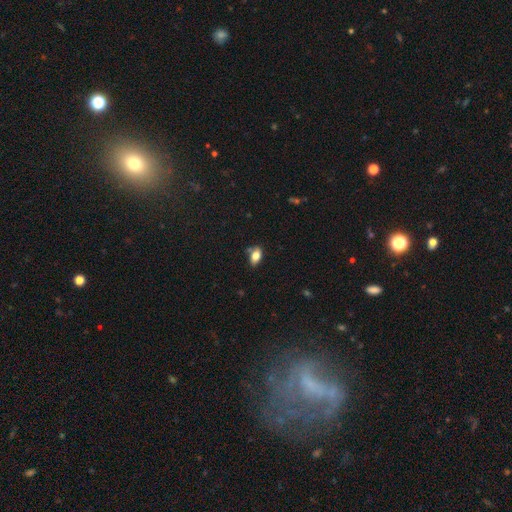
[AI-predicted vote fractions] smooth_or_featured: smooth (p=0.80) [alt: featured or disk p=0.12]
how_rounded: in between (p=0.89) [alt: round p=0.08]
merging: none (p=0.71) [alt: minor disturbance p=0.18]